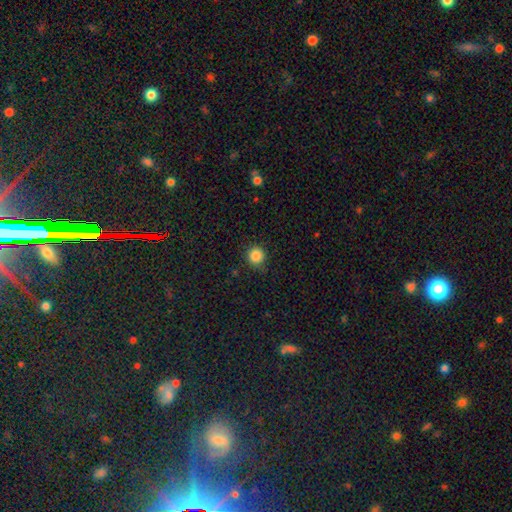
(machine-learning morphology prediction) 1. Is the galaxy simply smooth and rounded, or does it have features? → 85% smooth, 11% star or artifact, 4% featured or disk.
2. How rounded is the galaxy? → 93% round, 6% in between, 1% cigar-shaped.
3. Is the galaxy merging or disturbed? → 87% none, 9% minor disturbance, 3% major disturbance, 1% merger.